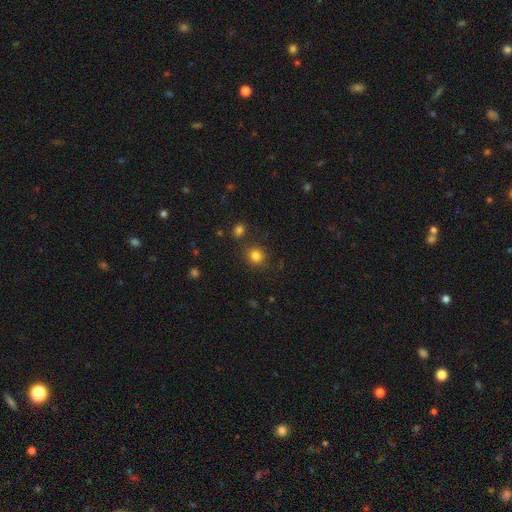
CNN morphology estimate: smooth_or_featured: smooth (p=0.83) [alt: star or artifact p=0.12]
how_rounded: round (p=0.86) [alt: in between p=0.14]
merging: none (p=0.83) [alt: minor disturbance p=0.09]